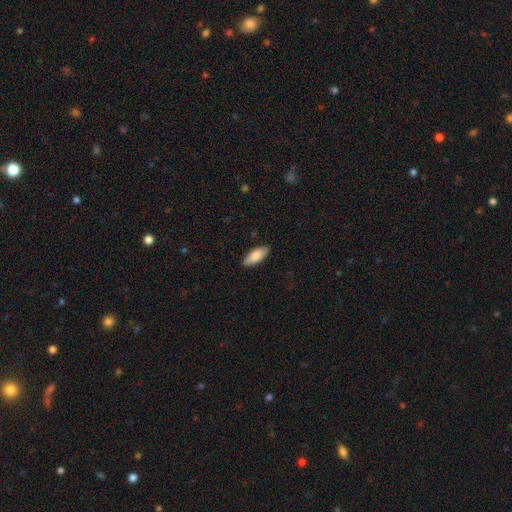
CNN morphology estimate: Smooth or featured?
  - smooth: 85% *
  - featured or disk: 9%
  - star or artifact: 5%
How rounded?
  - in between: 81% *
  - cigar-shaped: 17%
  - round: 2%
Merging?
  - none: 88% *
  - minor disturbance: 10%
  - major disturbance: 2%
  - merger: 1%